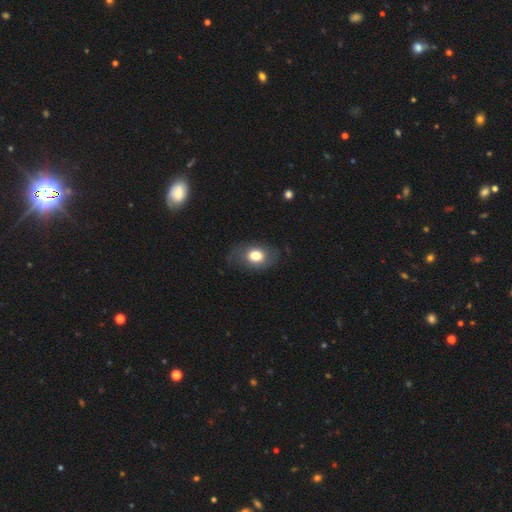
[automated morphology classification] This appears to be a smooth galaxy with no disk features (69%) that is in between round and cigar-shaped (69%). Merging: none (71%).